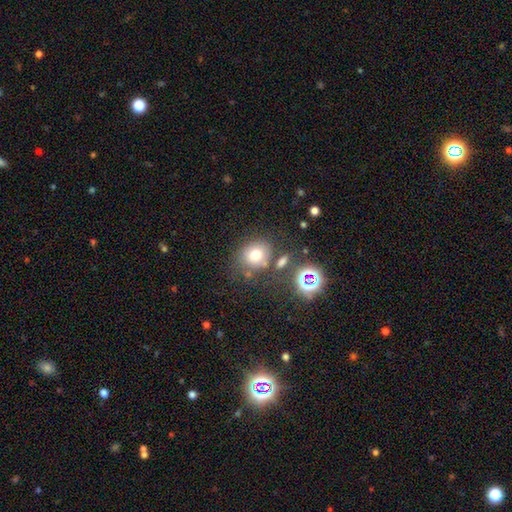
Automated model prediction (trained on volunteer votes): A smooth galaxy with no disk features (73%) that is round (75%).

Vote fractions:
- Smooth or featured? smooth: 73% / star or artifact: 16% / featured or disk: 10%
- How rounded? round: 75% / in between: 24% / cigar-shaped: 1%
- Merging? none: 64% / merger: 15% / minor disturbance: 14% / major disturbance: 7%